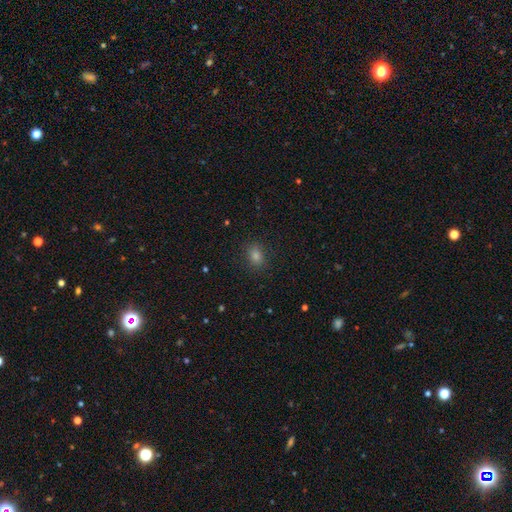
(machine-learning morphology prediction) This is likely a smooth galaxy (76%). How rounded: possibly in between (58%). Merging: clearly none (88%).